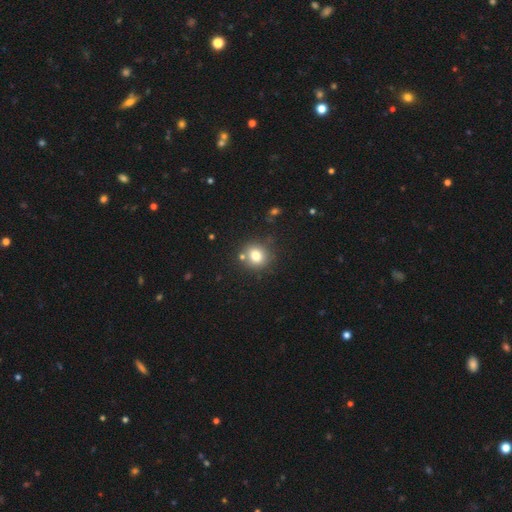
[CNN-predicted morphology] type=smooth (78%); roundness=round (85%); merging=none (77%).